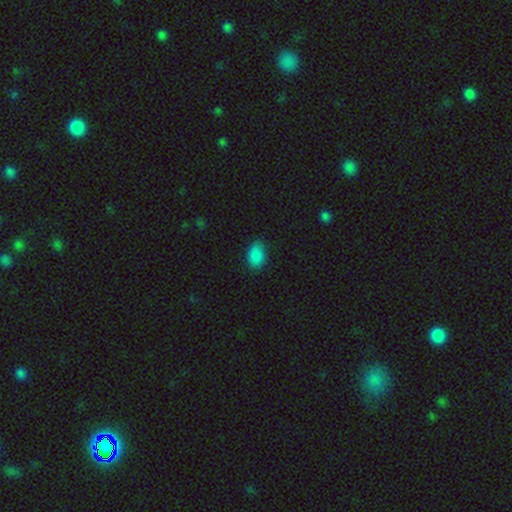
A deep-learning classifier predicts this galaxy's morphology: smooth_or_featured: smooth (p=0.87) [alt: star or artifact p=0.09]
how_rounded: in between (p=0.84) [alt: round p=0.14]
merging: none (p=0.80) [alt: minor disturbance p=0.16]